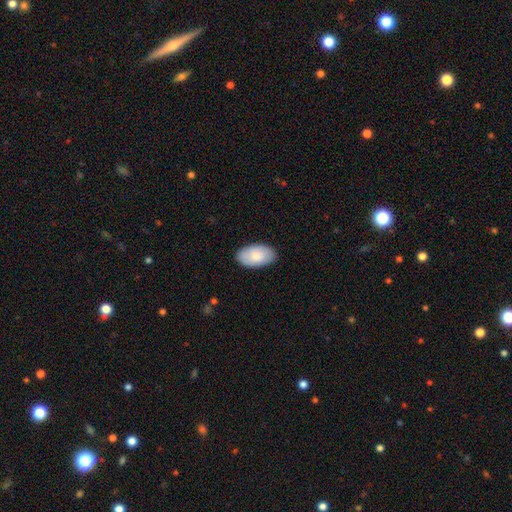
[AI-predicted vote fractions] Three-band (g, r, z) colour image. It shows a smooth galaxy with no disk features (83%) that is in between round and cigar-shaped (95%). Merging: none (87%).